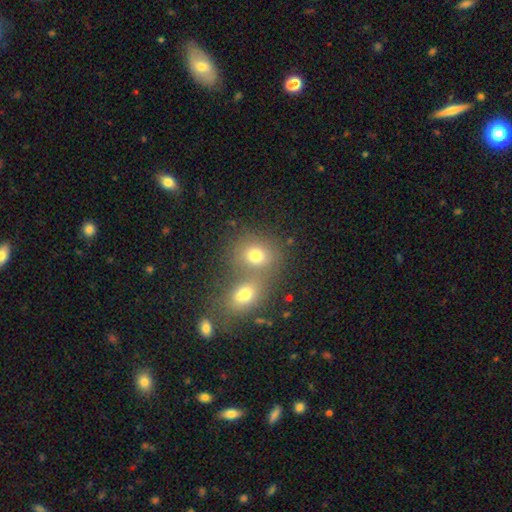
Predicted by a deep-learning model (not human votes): Smooth or featured?
  - smooth: 73% *
  - star or artifact: 14%
  - featured or disk: 13%
How rounded?
  - round: 65% *
  - in between: 34%
  - cigar-shaped: 1%
Merging?
  - merger: 51% *
  - none: 38%
  - minor disturbance: 7%
  - major disturbance: 4%